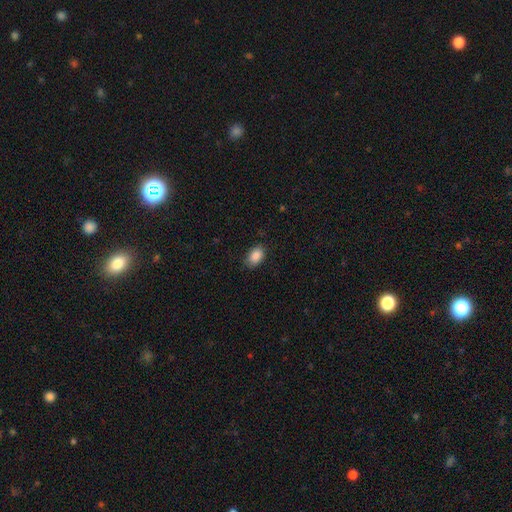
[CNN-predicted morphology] Smooth or featured?
  - smooth: 87% *
  - star or artifact: 8%
  - featured or disk: 5%
How rounded?
  - in between: 88% *
  - round: 10%
  - cigar-shaped: 1%
Merging?
  - none: 82% *
  - minor disturbance: 14%
  - major disturbance: 3%
  - merger: 1%